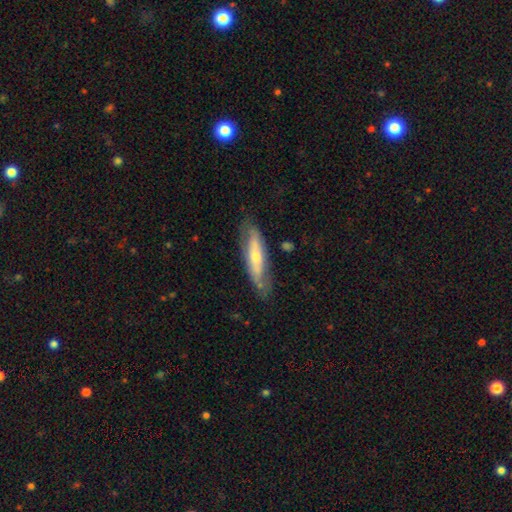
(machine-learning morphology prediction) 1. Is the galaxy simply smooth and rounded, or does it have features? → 66% featured or disk, 27% smooth, 7% star or artifact.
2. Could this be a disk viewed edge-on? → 51% yes, 49% no.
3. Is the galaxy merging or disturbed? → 77% none, 17% minor disturbance, 4% major disturbance, 2% merger.